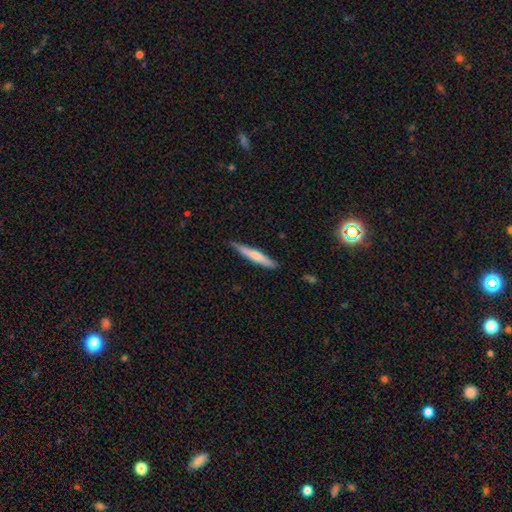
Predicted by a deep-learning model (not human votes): The model was most divided on "smooth or featured": smooth: 64%, featured or disk: 31%, star or artifact: 5%. More confident: how rounded — cigar-shaped (93%); merging — none (79%).